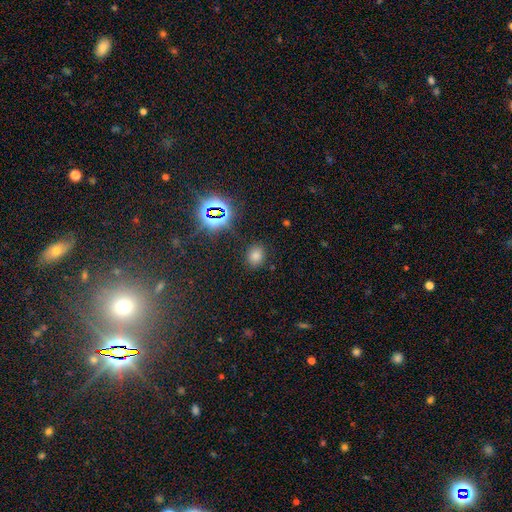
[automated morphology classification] Smooth or featured?
  - smooth: 70% *
  - star or artifact: 24%
  - featured or disk: 6%
How rounded?
  - in between: 52% *
  - round: 46%
  - cigar-shaped: 1%
Merging?
  - none: 85% *
  - minor disturbance: 10%
  - major disturbance: 4%
  - merger: 2%